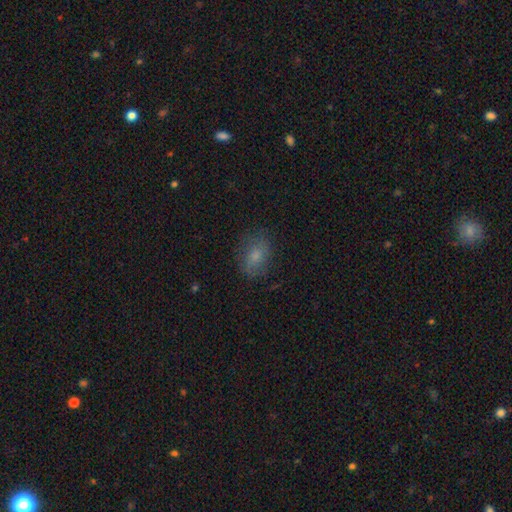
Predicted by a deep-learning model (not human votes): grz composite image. It shows a smooth galaxy with no disk features (71%) that is in between round and cigar-shaped (69%). Merging: none (74%).